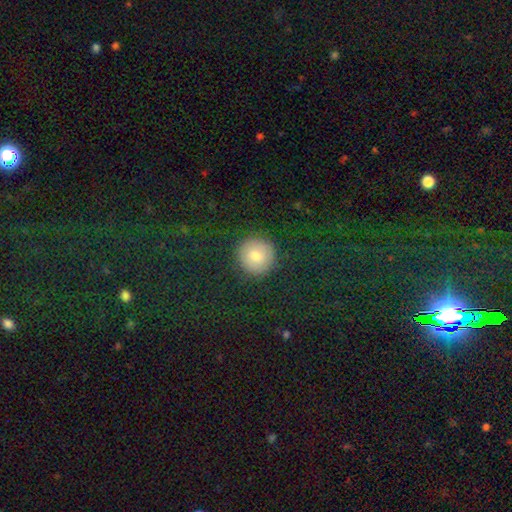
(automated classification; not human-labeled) smooth_or_featured: smooth (p=0.76) [alt: star or artifact p=0.13]
how_rounded: round (p=0.95) [alt: in between p=0.04]
merging: none (p=0.91) [alt: minor disturbance p=0.06]